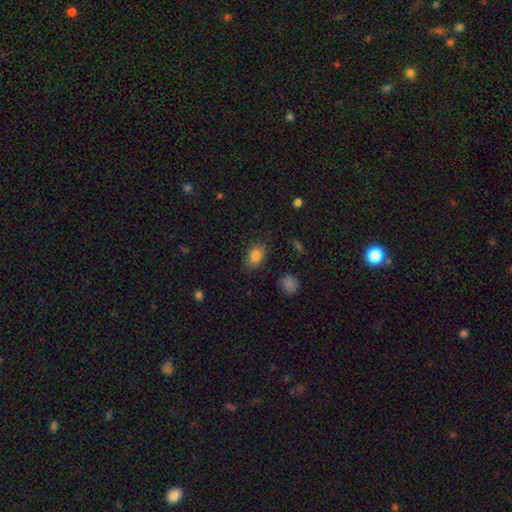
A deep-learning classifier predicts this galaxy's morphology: Overall: smooth (83%). How rounded: in between (81%). Merging: none (81%).